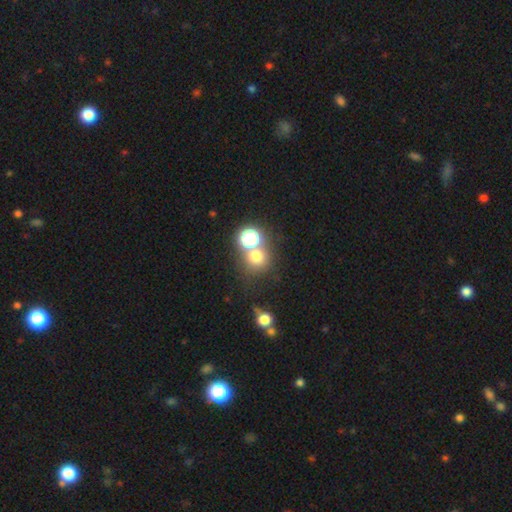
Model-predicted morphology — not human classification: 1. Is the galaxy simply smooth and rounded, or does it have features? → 68% smooth, 23% star or artifact, 10% featured or disk.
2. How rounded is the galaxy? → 88% round, 11% in between, 1% cigar-shaped.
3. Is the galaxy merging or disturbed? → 58% none, 30% merger, 8% minor disturbance, 4% major disturbance.